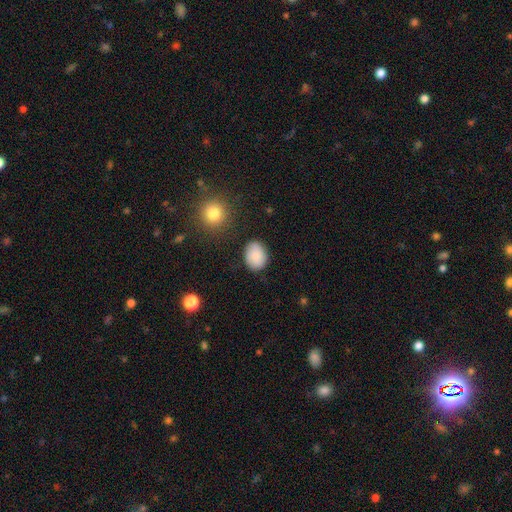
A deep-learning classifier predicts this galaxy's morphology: Overall: smooth (85%). How rounded: in between (62%; round 37%). Merging: none (82%).